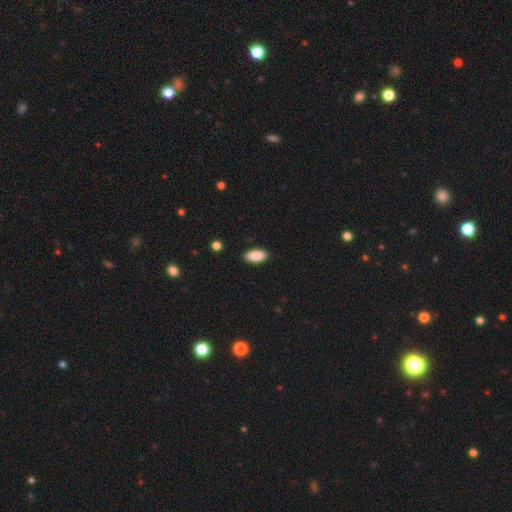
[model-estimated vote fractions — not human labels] This appears to be a smooth galaxy with no disk features (89%) that is in between round and cigar-shaped (91%). Merging: none (88%).